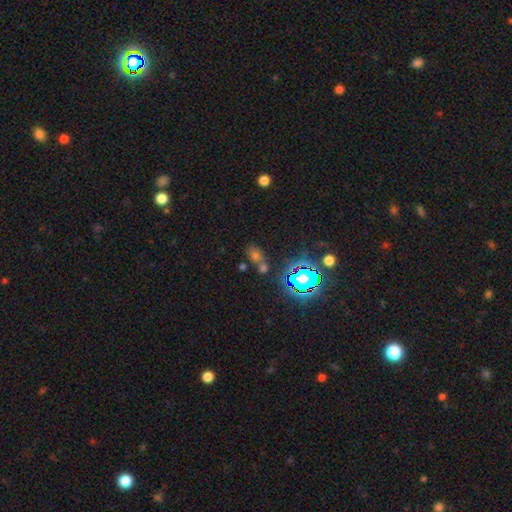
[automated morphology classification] The model was most divided on "smooth or featured": smooth: 46%, star or artifact: 43%, featured or disk: 11%. More confident: merging — none (54%).